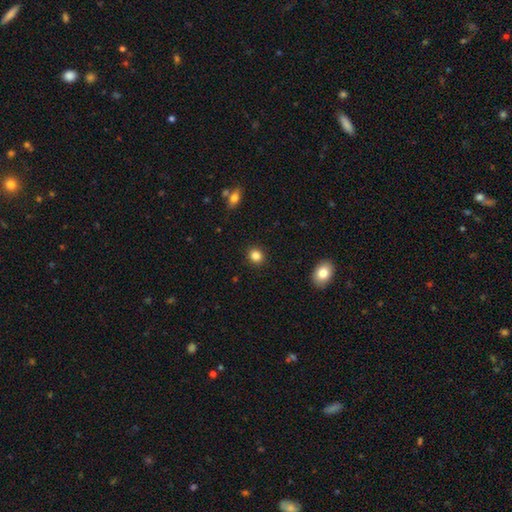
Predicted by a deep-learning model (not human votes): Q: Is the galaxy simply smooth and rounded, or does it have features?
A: smooth — 85%.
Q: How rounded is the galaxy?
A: round — 83%.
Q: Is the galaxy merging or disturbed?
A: none — 91%.